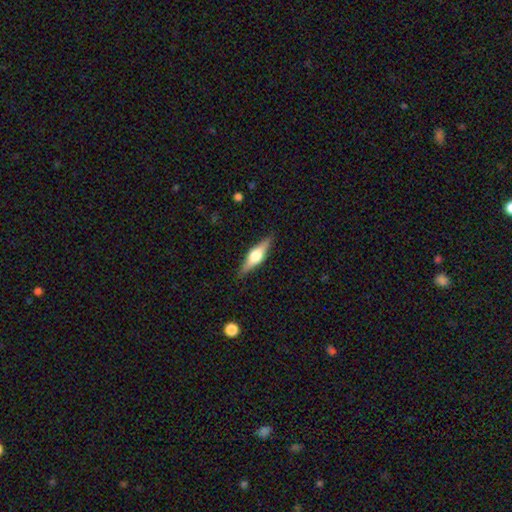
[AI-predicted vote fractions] Smooth or featured? Predicted: featured or disk (p=0.62). Edge-on disk? Predicted: yes (p=0.96). Edge-on bulge? Predicted: rounded (p=0.93). Merging? Predicted: none (p=0.88).